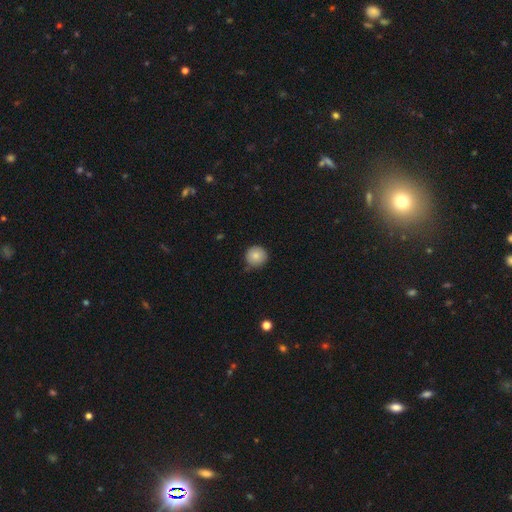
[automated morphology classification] Smooth or featured? smooth (81%)
How rounded? round (94%)
Merging? none (80%)